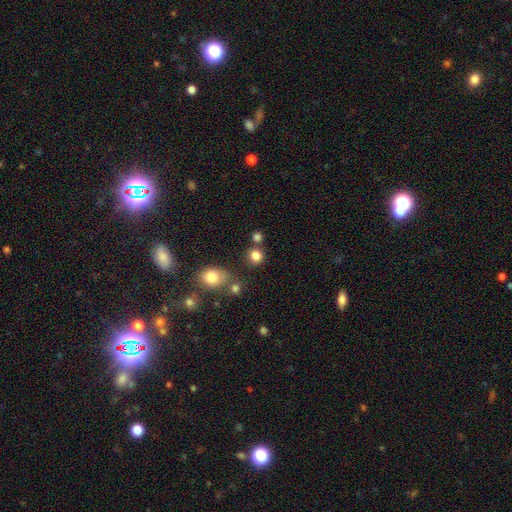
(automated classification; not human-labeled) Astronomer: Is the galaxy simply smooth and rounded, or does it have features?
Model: smooth — 83%.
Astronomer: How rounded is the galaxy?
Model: round — 87%.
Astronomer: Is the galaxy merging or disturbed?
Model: none — 75%.